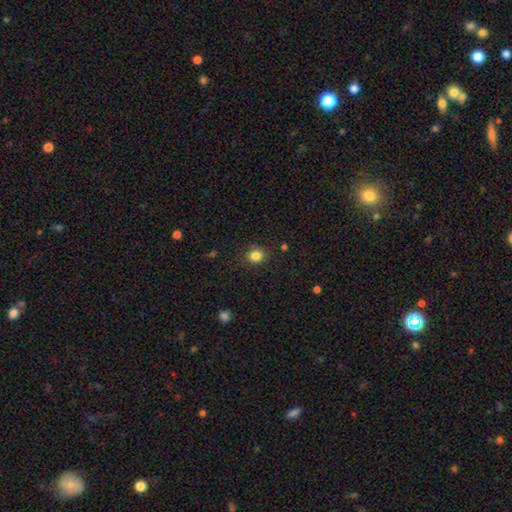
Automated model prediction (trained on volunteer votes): Smooth or featured? smooth (84%)
How rounded? round (84%)
Merging? none (86%)